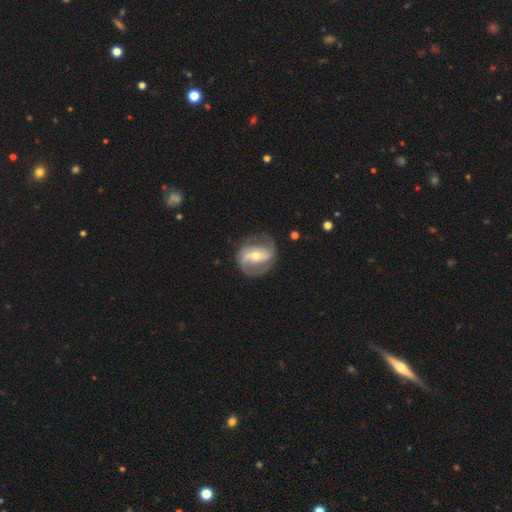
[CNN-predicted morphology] Q: Smooth or featured?
A: featured or disk (82%); runner-up: smooth (13%)
Q: Edge-on disk?
A: no (97%); runner-up: yes (3%)
Q: Bar?
A: strong (43%); runner-up: weak (33%)
Q: Spiral arms?
A: yes (91%); runner-up: no (9%)
Q: Spiral winding?
A: medium (45%); runner-up: loose (30%)
Q: Spiral arm count?
A: 2 (85%); runner-up: can't tell (6%)
Q: Bulge size?
A: moderate (54%); runner-up: small (41%)
Q: Merging?
A: none (74%); runner-up: minor disturbance (16%)